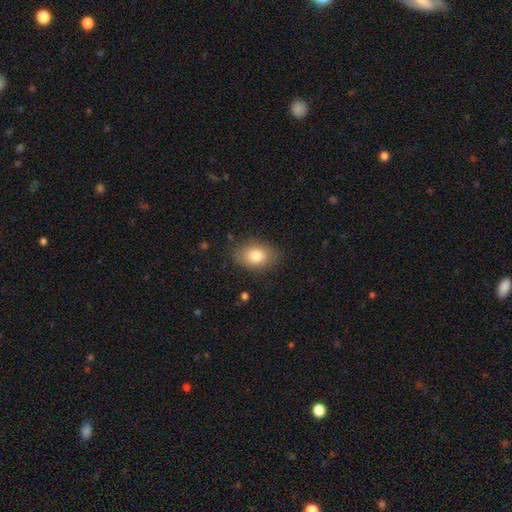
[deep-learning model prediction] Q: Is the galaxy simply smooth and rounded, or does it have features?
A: smooth — 82%.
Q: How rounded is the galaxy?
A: in between — 81%.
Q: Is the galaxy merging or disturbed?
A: none — 82%.